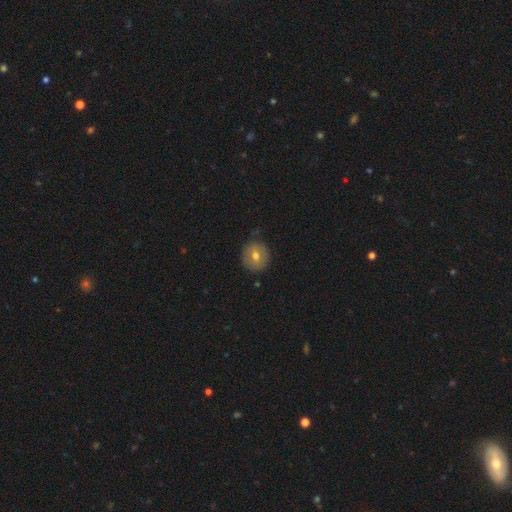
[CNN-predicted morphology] Smooth or featured? Predicted: smooth (p=0.61). How rounded? Predicted: round (p=0.88). Merging? Predicted: none (p=0.84).